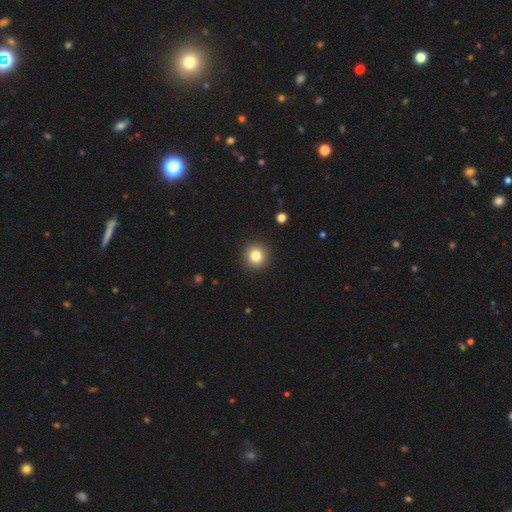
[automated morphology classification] Smooth or featured?
  - smooth: 82% *
  - star or artifact: 11%
  - featured or disk: 7%
How rounded?
  - round: 94% *
  - in between: 6%
  - cigar-shaped: 1%
Merging?
  - none: 92% *
  - minor disturbance: 5%
  - major disturbance: 2%
  - merger: 1%